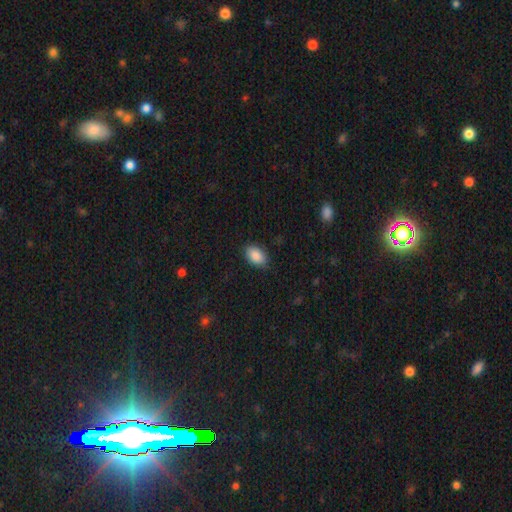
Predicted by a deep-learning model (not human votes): The model was most divided on "merging": none: 85%, minor disturbance: 11%, major disturbance: 3%, merger: 1%. More confident: how rounded — in between (90%); smooth or featured — smooth (89%).